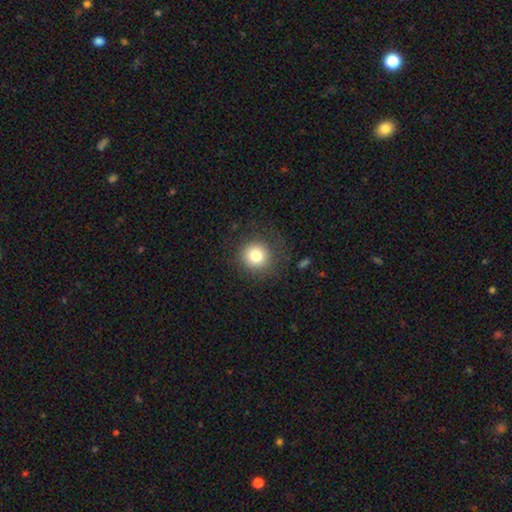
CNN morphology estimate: Smooth or featured? Predicted: smooth (p=0.79). How rounded? Predicted: round (p=0.94). Merging? Predicted: none (p=0.84).